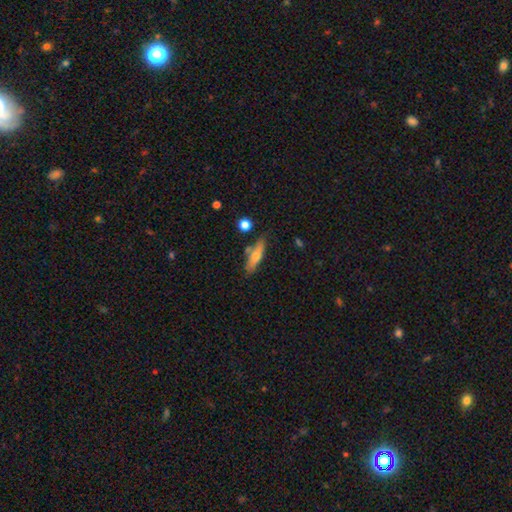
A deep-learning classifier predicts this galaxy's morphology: Smooth or featured? smooth (60%)
How rounded? cigar-shaped (67%)
Merging? none (72%)